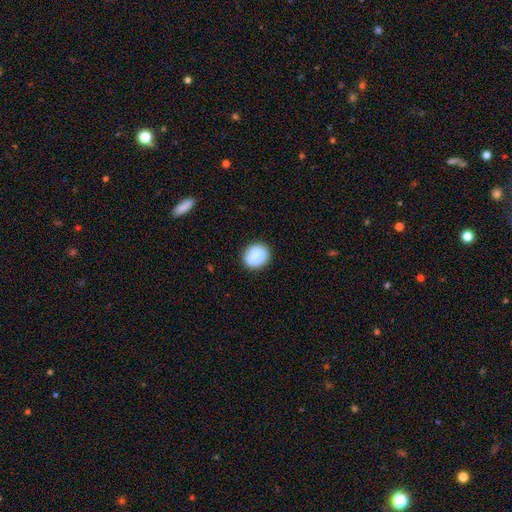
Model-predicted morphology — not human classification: A smooth galaxy with no disk features (82%) that is round (68%). Merging: none (86%).